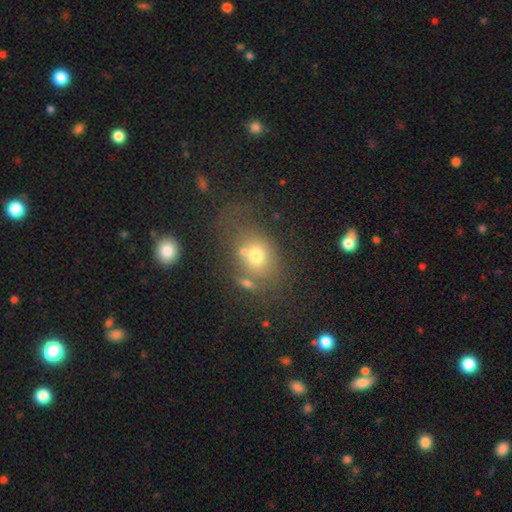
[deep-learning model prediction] This is likely a smooth galaxy (67%). How rounded: possibly in between (51%). Merging: possibly none (45%).